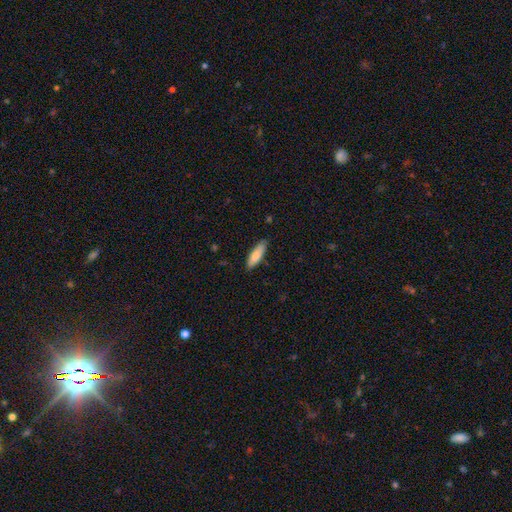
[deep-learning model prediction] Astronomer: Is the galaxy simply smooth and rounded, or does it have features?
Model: smooth — 77%.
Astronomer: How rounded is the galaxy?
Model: cigar-shaped — 57% (runner-up: in between, 42%).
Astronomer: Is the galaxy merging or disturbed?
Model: none — 84%.